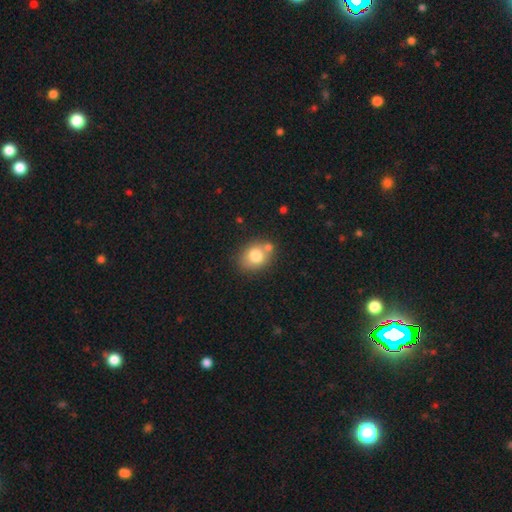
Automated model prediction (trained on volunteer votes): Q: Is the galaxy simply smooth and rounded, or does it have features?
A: smooth — 77%.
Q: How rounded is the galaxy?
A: round — 50%.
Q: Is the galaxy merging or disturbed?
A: none — 64%.